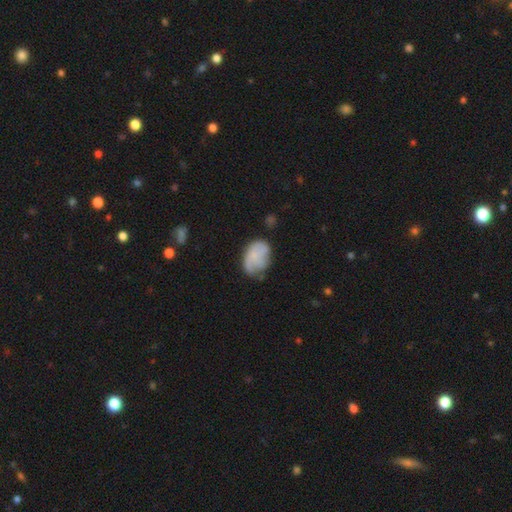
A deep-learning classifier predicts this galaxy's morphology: This appears to be a smooth galaxy with no disk features (57%) that is in between round and cigar-shaped (78%). Merging: none (44%).